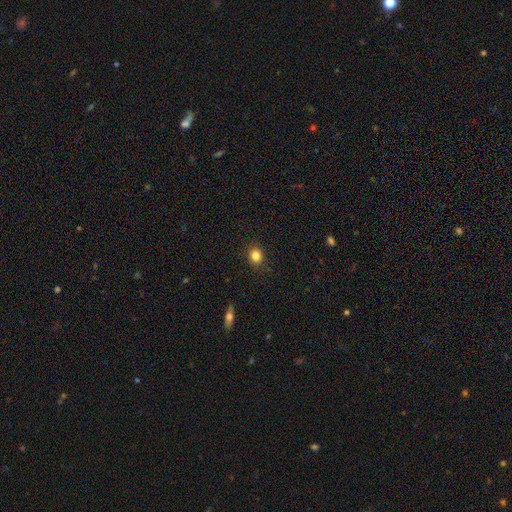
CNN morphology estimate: This appears to be a smooth galaxy with no disk features (84%) that is round (70%). Merging: none (88%).